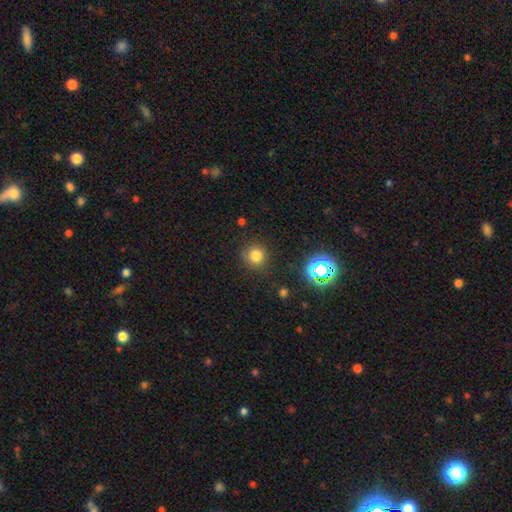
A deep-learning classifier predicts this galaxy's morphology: Overall: smooth (76%). How rounded: round (93%). Merging: none (86%).